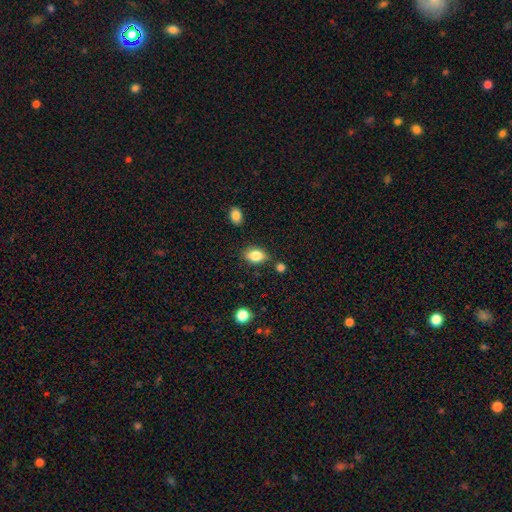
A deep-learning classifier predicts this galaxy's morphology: This appears to be a smooth galaxy with no disk features (82%) that is in between round and cigar-shaped (84%). Merging: none (79%).